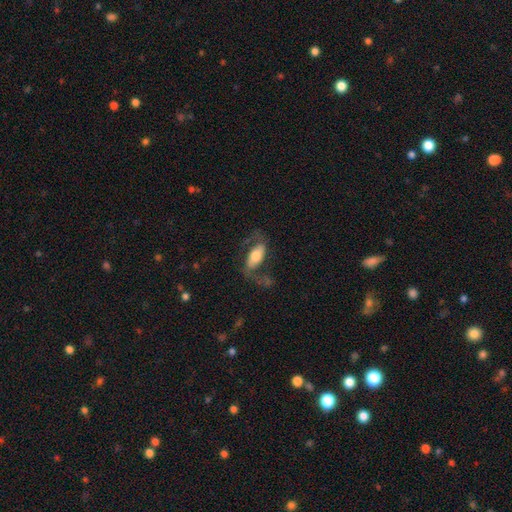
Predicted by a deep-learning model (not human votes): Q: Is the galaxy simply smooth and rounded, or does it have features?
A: featured or disk — 55%.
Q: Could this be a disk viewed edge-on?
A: no — 89%.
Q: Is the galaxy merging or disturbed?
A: none — 53%.